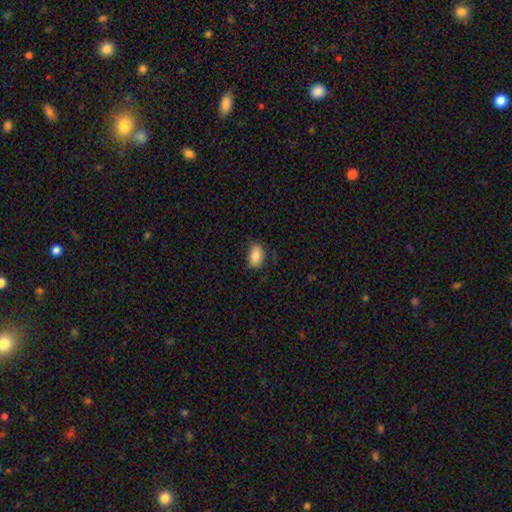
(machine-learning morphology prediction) smooth-or-featured: smooth: 85% | star or artifact: 8% | featured or disk: 7%
  how-rounded: in between: 91% | round: 7% | cigar-shaped: 2%
  merging: none: 81% | minor disturbance: 15% | major disturbance: 3% | merger: 1%